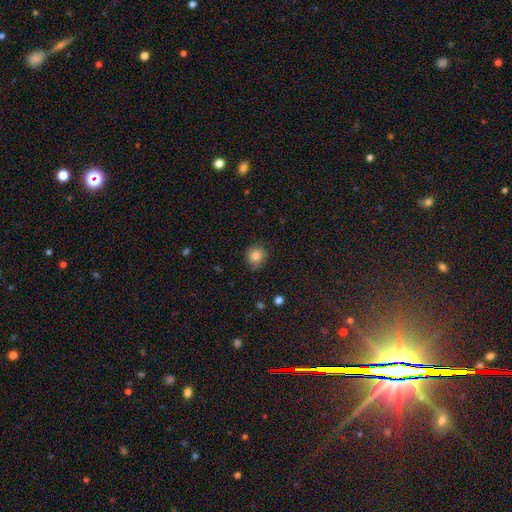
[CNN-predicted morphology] A smooth galaxy with no disk features (84%) that is round (88%). Merging: none (79%).